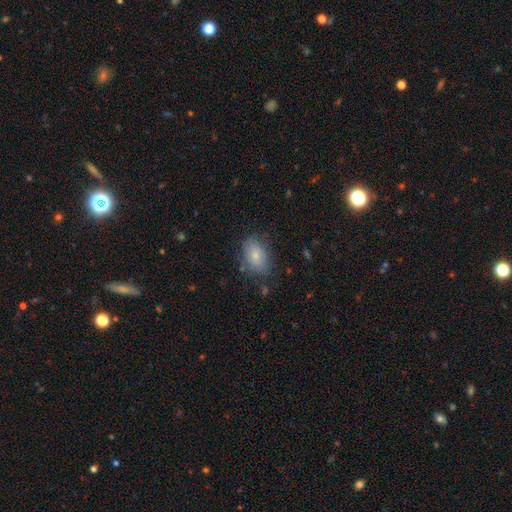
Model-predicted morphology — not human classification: Smooth or featured? Predicted: smooth (p=0.76). How rounded? Predicted: in between (p=0.87). Merging? Predicted: none (p=0.72).